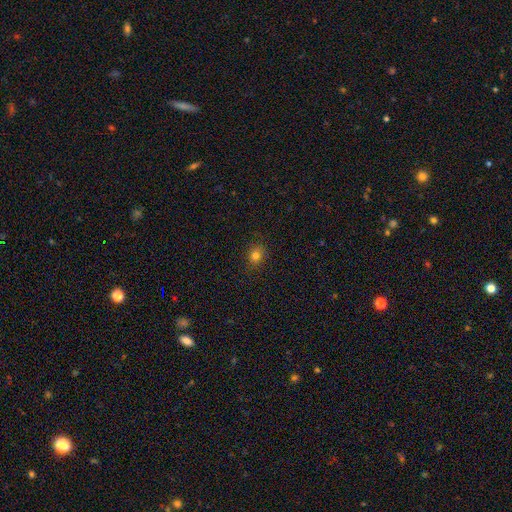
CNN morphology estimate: This appears to be a smooth galaxy with no disk features (77%) that is round (70%). Merging: none (86%).